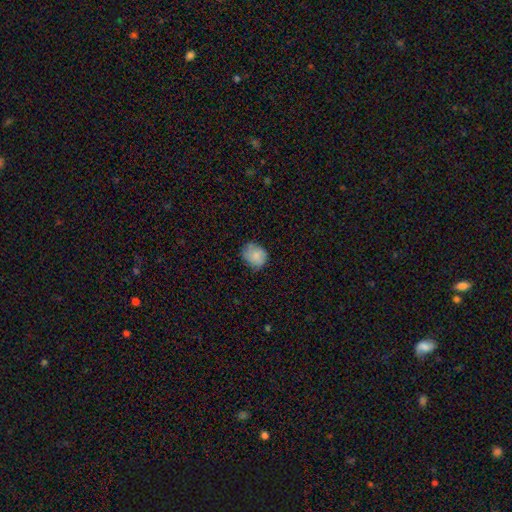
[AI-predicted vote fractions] Q: Smooth or featured?
A: smooth (81%); runner-up: featured or disk (11%)
Q: How rounded?
A: round (68%); runner-up: in between (31%)
Q: Merging?
A: none (68%); runner-up: minor disturbance (25%)